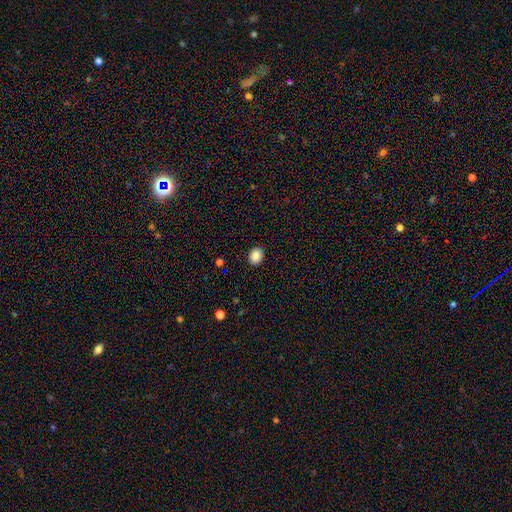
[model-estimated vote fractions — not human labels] Smooth or featured: smooth — 85% (star or artifact — 9%)
How rounded: in between — 54% (round — 45%)
Merging: none — 91% (minor disturbance — 7%)